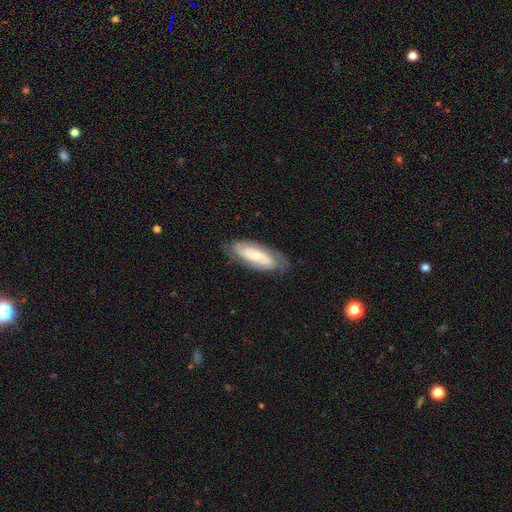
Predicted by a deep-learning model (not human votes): smooth-or-featured: featured or disk: 65% | smooth: 29% | star or artifact: 6%
  disk-edge-on: no: 88% | yes: 12%
    bar: no: 51% | weak: 33% | strong: 17%
    has-spiral-arms: yes: 89% | no: 11%
      spiral-winding: tight: 52% | medium: 35% | loose: 13%
      spiral-arm-count: 2: 65% | can't tell: 24% | 3: 5% | 1: 3% | 4: 2% | more than 4: 2%
    bulge-size: small: 61% | moderate: 29% | none: 5% | large: 4% | dominant: 1%
  merging: none: 78% | minor disturbance: 16% | major disturbance: 5% | merger: 1%